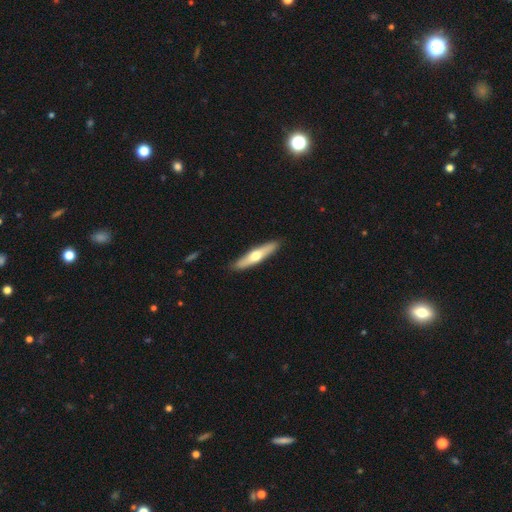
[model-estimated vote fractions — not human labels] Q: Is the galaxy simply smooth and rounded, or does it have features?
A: smooth — 49%.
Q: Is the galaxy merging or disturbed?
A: none — 90%.